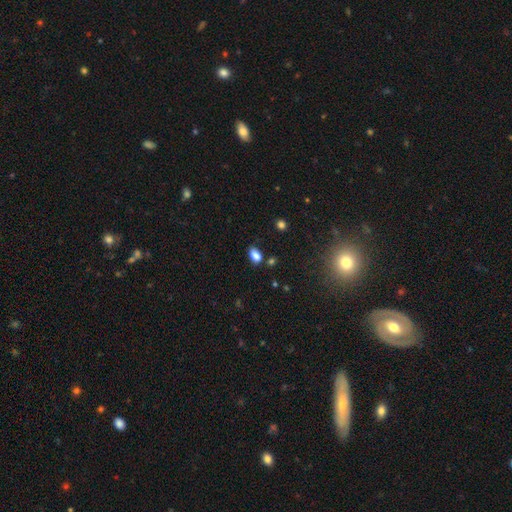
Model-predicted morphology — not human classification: Smooth or featured? Predicted: smooth (p=0.84). How rounded? Predicted: in between (p=0.90). Merging? Predicted: none (p=0.70).